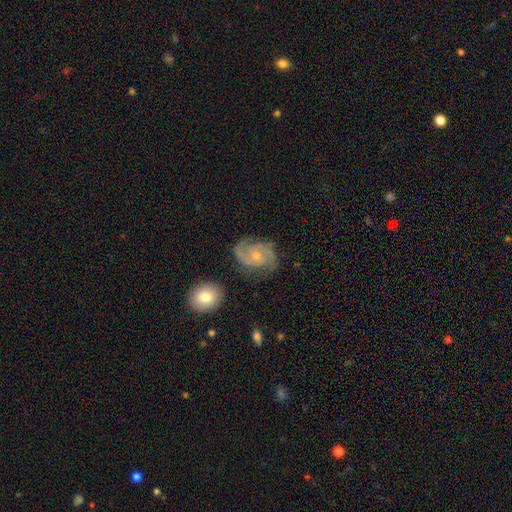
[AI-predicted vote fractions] smooth_or_featured: featured or disk (p=0.80) [alt: smooth p=0.13]
disk_edge_on: no (p=0.98) [alt: yes p=0.02]
bar: no (p=0.61) [alt: weak p=0.34]
has_spiral_arms: yes (p=0.95) [alt: no p=0.05]
spiral_winding: medium (p=0.50) [alt: tight p=0.33]
spiral_arm_count: 2 (p=0.59) [alt: 3 p=0.19]
bulge_size: small (p=0.57) [alt: moderate p=0.37]
merging: none (p=0.71) [alt: minor disturbance p=0.19]